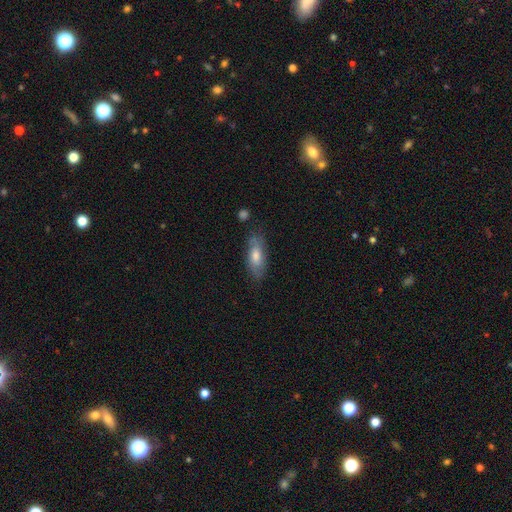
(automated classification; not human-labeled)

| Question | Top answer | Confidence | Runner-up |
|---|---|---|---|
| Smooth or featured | smooth | 62% | featured or disk (30%) |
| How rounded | in between | 71% | cigar-shaped (27%) |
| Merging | none | 75% | minor disturbance (18%) |